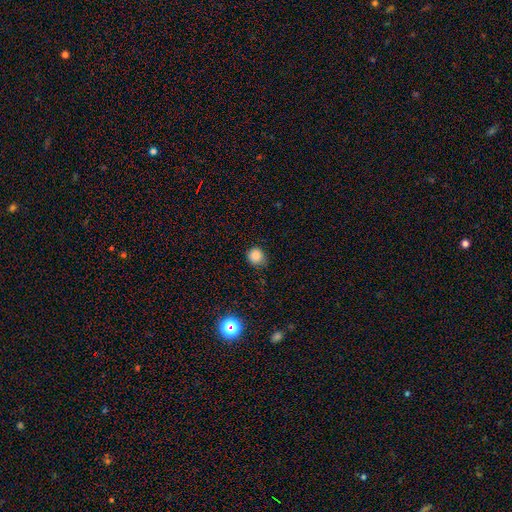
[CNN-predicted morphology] The model was most divided on "merging": none: 81%, minor disturbance: 15%, major disturbance: 3%, merger: 1%. More confident: how rounded — round (91%); smooth or featured — smooth (84%).